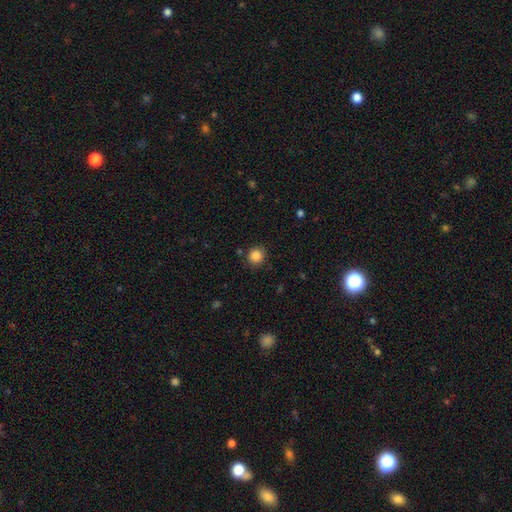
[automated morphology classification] Smooth or featured: smooth — 85% (star or artifact — 11%)
How rounded: round — 92% (in between — 7%)
Merging: none — 87% (minor disturbance — 8%)